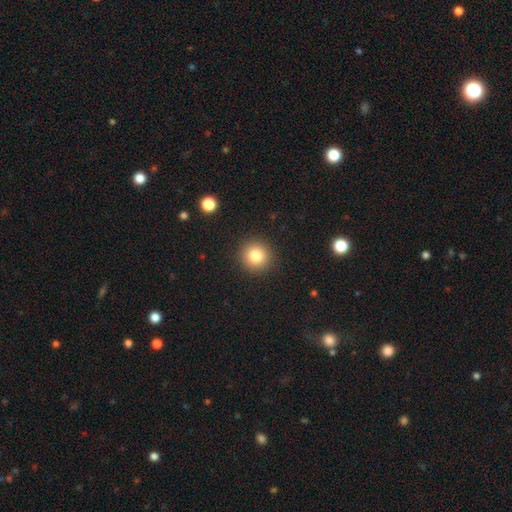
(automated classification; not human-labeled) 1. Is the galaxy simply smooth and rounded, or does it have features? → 82% smooth, 11% star or artifact, 7% featured or disk.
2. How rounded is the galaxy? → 94% round, 5% in between, 1% cigar-shaped.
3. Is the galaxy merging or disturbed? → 92% none, 5% minor disturbance, 2% major disturbance, 1% merger.